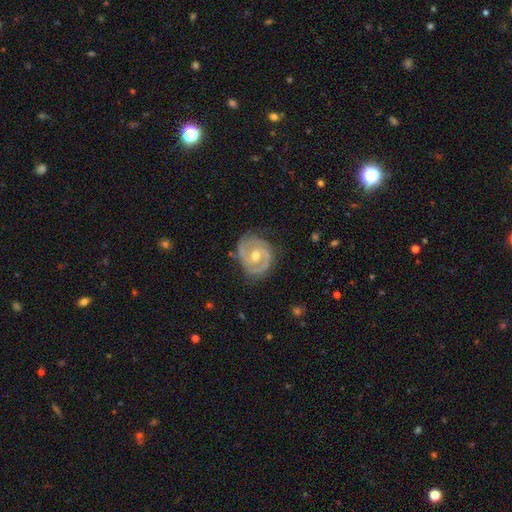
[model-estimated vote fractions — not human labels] Q: Smooth or featured?
A: featured or disk (87%); runner-up: smooth (8%)
Q: Edge-on disk?
A: no (98%); runner-up: yes (2%)
Q: Bar?
A: no (58%); runner-up: weak (33%)
Q: Spiral arms?
A: yes (95%); runner-up: no (5%)
Q: Spiral winding?
A: tight (56%); runner-up: medium (36%)
Q: Spiral arm count?
A: 2 (84%); runner-up: can't tell (7%)
Q: Bulge size?
A: moderate (74%); runner-up: small (22%)
Q: Merging?
A: none (77%); runner-up: minor disturbance (17%)